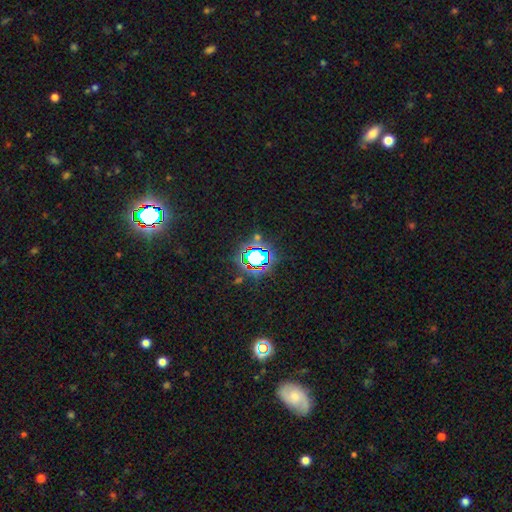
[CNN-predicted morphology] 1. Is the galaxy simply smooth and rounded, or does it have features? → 68% star or artifact, 21% smooth, 11% featured or disk.